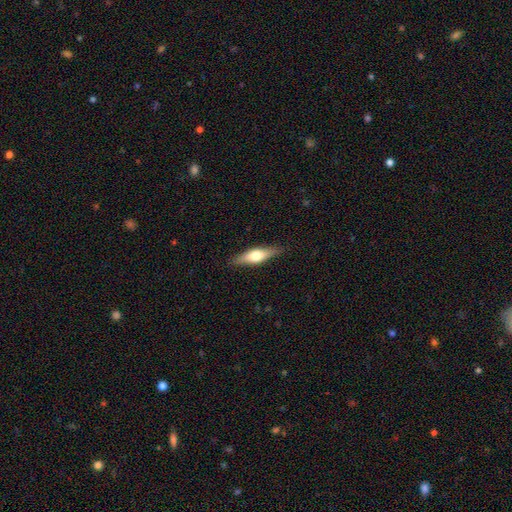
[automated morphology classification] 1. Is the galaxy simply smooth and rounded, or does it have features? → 51% smooth, 43% featured or disk, 6% star or artifact.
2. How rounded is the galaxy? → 54% cigar-shaped, 44% in between, 3% round.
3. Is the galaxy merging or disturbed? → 87% none, 10% minor disturbance, 2% major disturbance, 1% merger.